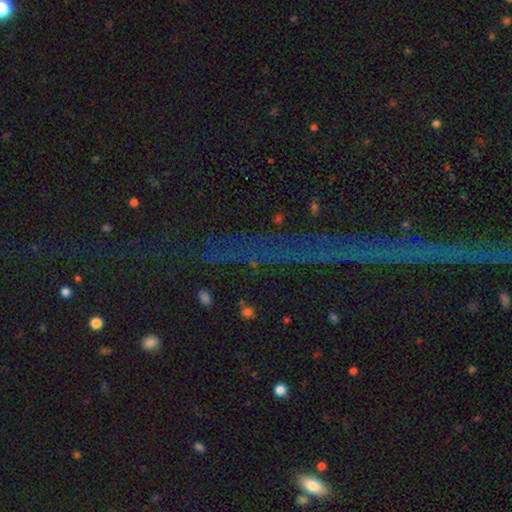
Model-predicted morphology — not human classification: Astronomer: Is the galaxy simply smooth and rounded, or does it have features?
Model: star or artifact — 84%.